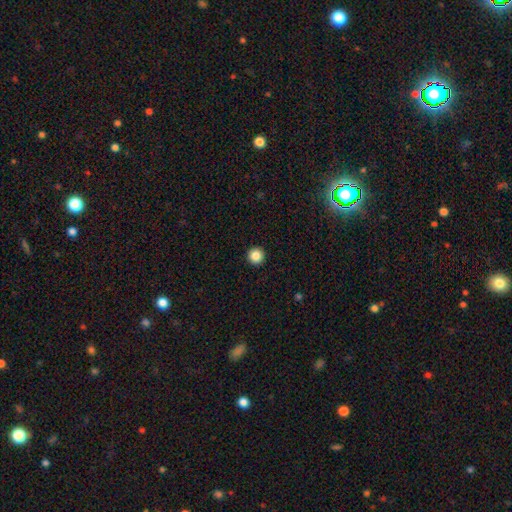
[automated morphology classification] The model was most divided on "smooth or featured": smooth: 86%, star or artifact: 10%, featured or disk: 4%. More confident: how rounded — round (97%); merging — none (94%).